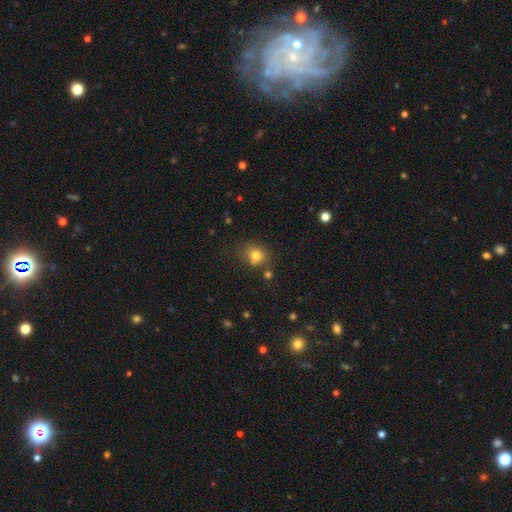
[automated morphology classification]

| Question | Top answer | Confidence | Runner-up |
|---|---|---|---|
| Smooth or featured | smooth | 78% | star or artifact (13%) |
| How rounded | round | 71% | in between (28%) |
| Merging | none | 65% | minor disturbance (18%) |